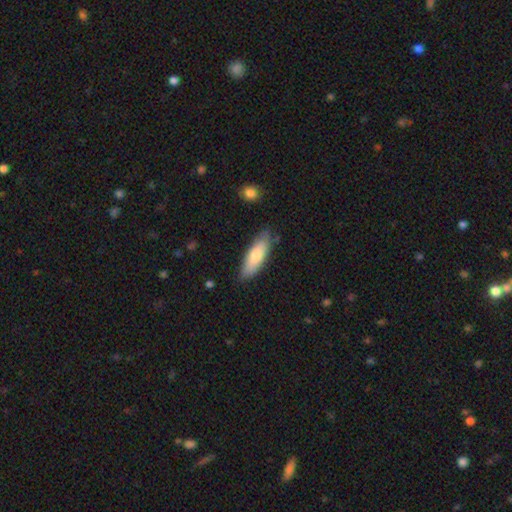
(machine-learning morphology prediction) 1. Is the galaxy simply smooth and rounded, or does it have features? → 77% smooth, 18% featured or disk, 5% star or artifact.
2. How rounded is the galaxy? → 60% in between, 39% cigar-shaped, 2% round.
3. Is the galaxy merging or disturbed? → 79% none, 16% minor disturbance, 3% major disturbance, 2% merger.